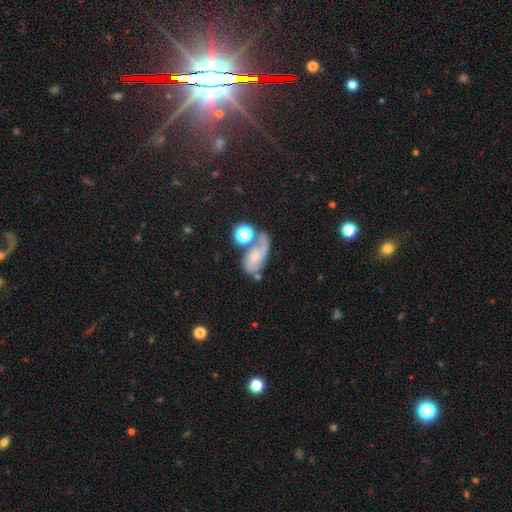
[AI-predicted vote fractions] smooth_or_featured: featured or disk (p=0.62) [alt: smooth p=0.25]
disk_edge_on: no (p=0.95) [alt: yes p=0.05]
bar: no (p=0.70) [alt: weak p=0.25]
has_spiral_arms: yes (p=0.87) [alt: no p=0.13]
spiral_winding: medium (p=0.44) [alt: loose p=0.30]
spiral_arm_count: 2 (p=0.57) [alt: 1 p=0.28]
bulge_size: small (p=0.51) [alt: moderate p=0.30]
merging: none (p=0.37) [alt: merger p=0.22]